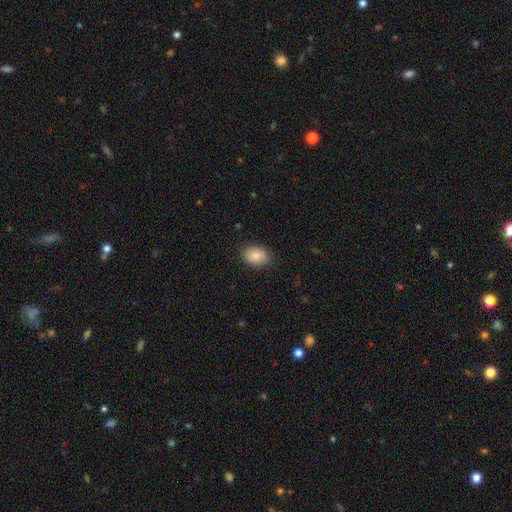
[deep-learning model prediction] A smooth galaxy with no disk features (83%) that is in between round and cigar-shaped (74%). Merging: none (87%).